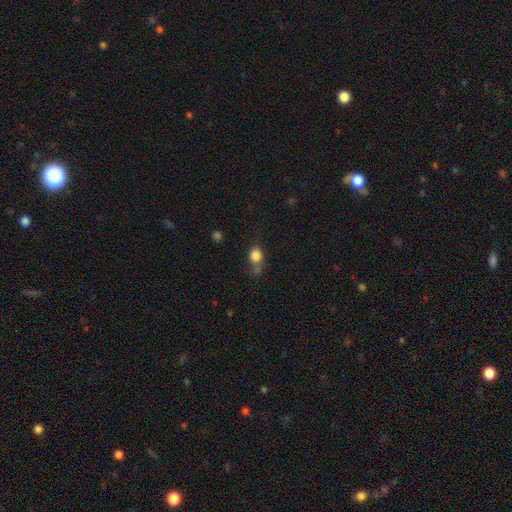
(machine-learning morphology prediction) Smooth or featured?
  - smooth: 81% *
  - star or artifact: 11%
  - featured or disk: 8%
How rounded?
  - round: 63% *
  - in between: 35%
  - cigar-shaped: 2%
Merging?
  - none: 52% *
  - minor disturbance: 25%
  - merger: 12%
  - major disturbance: 11%